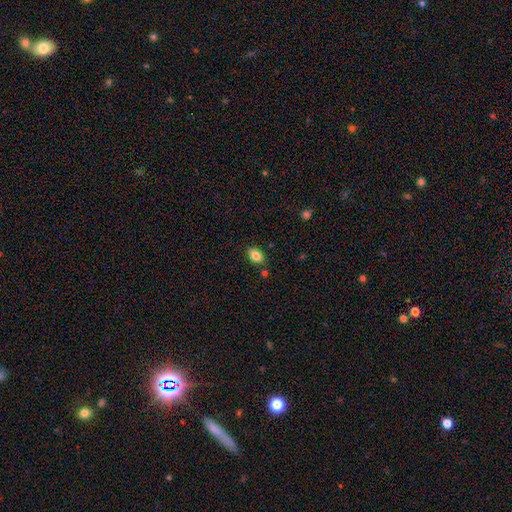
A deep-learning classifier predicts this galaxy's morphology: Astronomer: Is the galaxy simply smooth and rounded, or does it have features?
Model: smooth — 85%.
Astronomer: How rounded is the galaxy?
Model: in between — 81%.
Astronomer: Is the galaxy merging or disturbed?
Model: none — 82%.